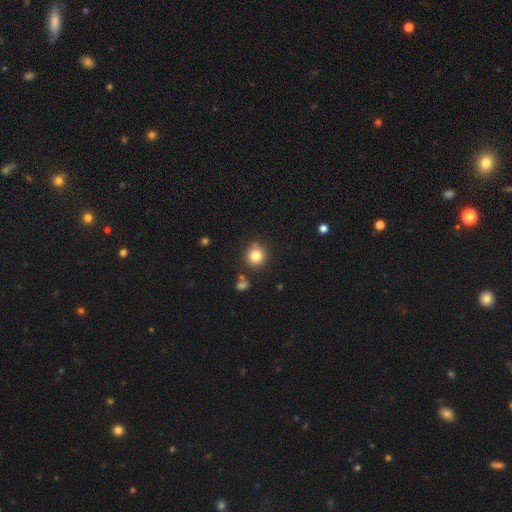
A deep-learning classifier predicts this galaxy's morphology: type=smooth (81%); roundness=round (91%); merging=none (81%).